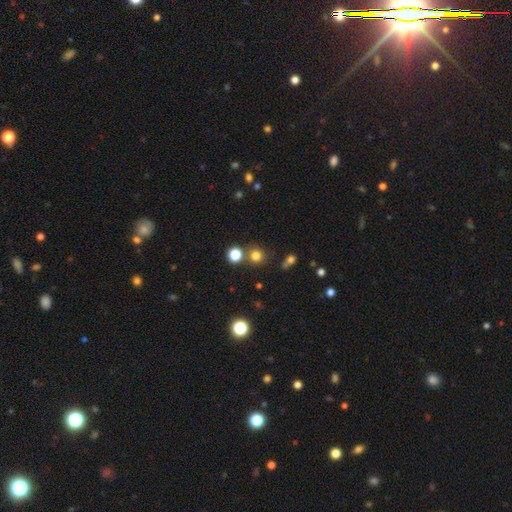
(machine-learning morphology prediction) type=smooth (77%); roundness=round (92%); merging=none (75%).